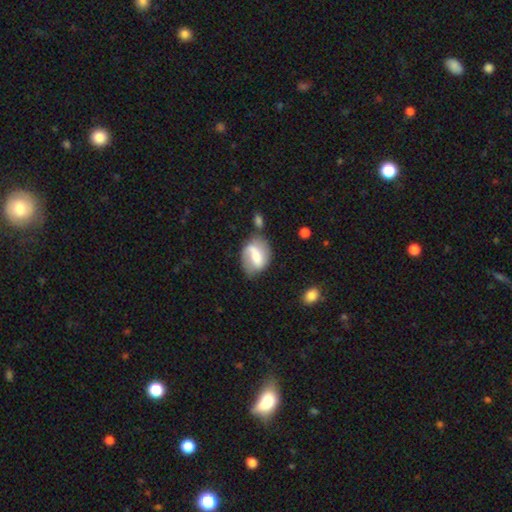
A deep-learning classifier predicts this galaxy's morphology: featured or disk 55%, smooth 38%, star or artifact 7%. Down the decision tree: edge-on disk — no (95%); bar — strong (45%); spiral arms — yes (72%); bulge size — moderate (48%); merging — none (55%).